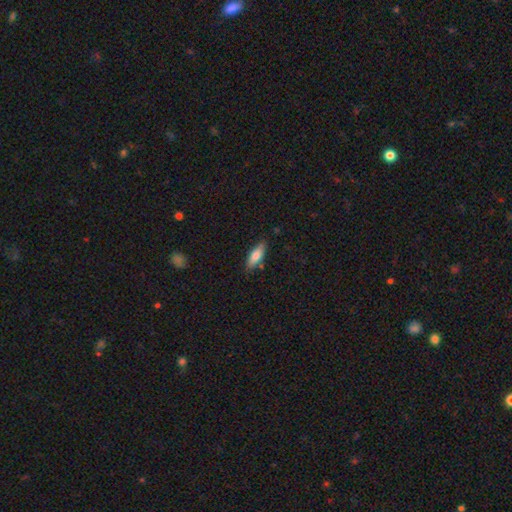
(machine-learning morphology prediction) The model was most divided on "how rounded": in between: 67%, cigar-shaped: 31%, round: 2%. More confident: merging — none (81%); smooth or featured — smooth (78%).